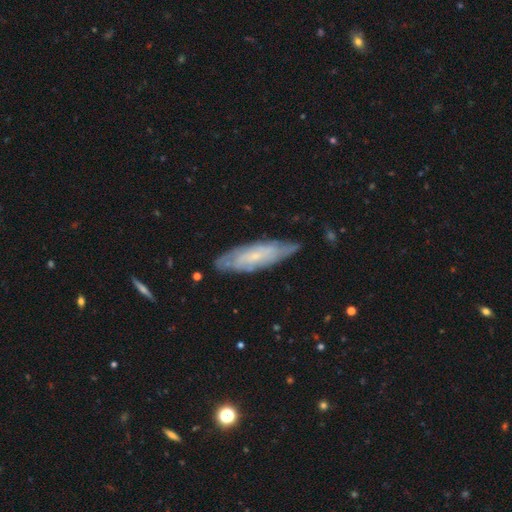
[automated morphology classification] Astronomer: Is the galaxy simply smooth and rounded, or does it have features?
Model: featured or disk — 64%.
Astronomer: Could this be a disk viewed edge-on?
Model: no — 71%.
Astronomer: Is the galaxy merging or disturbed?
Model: none — 77%.